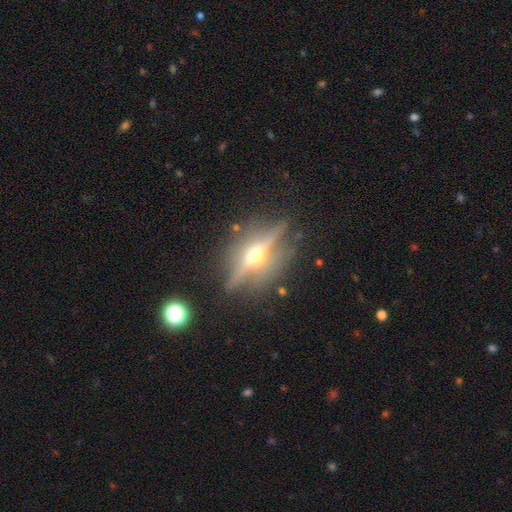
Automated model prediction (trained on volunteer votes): featured or disk 80%, smooth 12%, star or artifact 8%. Down the decision tree: edge-on disk — yes (93%); edge-on bulge — rounded (94%); merging — none (81%).